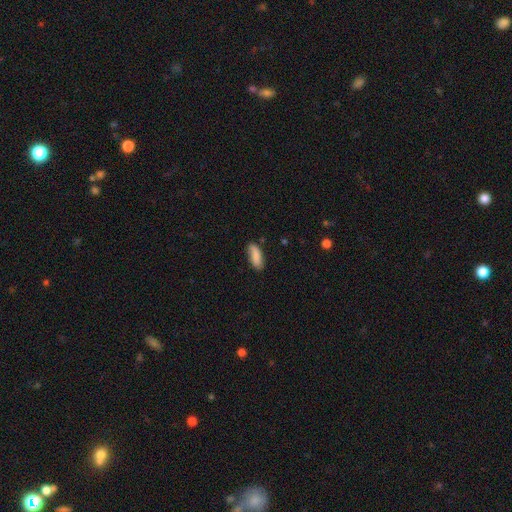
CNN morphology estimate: type=smooth (82%); roundness=in between (71%); merging=none (73%).